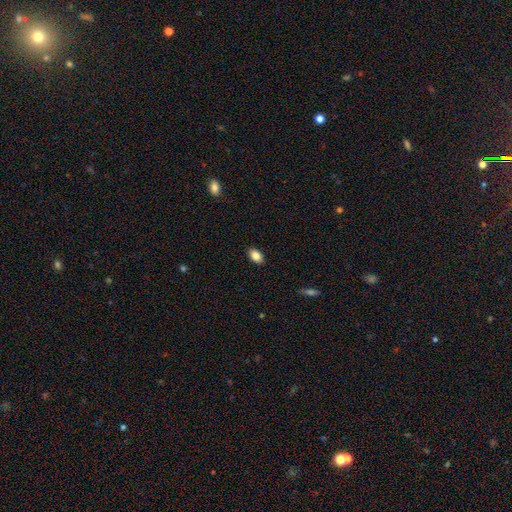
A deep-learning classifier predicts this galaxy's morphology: smooth-or-featured: smooth: 86% | star or artifact: 8% | featured or disk: 6%
  how-rounded: in between: 89% | round: 9% | cigar-shaped: 2%
  merging: none: 89% | minor disturbance: 8% | major disturbance: 2% | merger: 1%